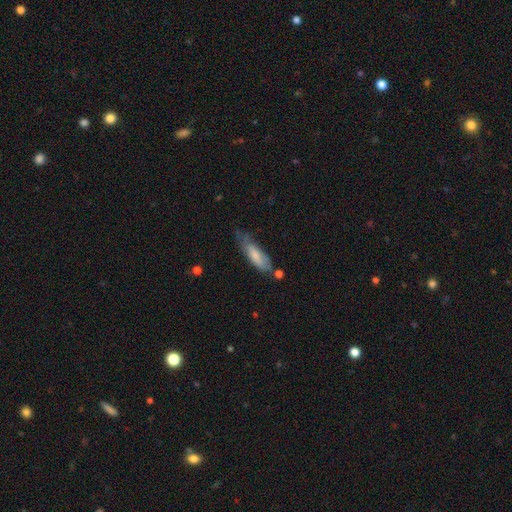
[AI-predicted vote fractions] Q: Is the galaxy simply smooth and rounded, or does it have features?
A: smooth — 71%.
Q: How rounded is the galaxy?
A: in between — 51%.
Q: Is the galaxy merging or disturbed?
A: none — 41%.